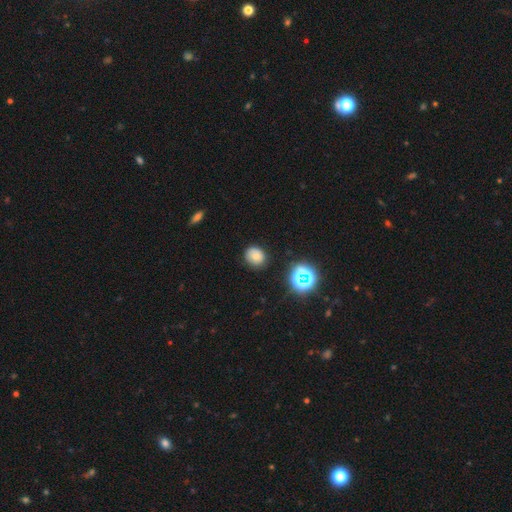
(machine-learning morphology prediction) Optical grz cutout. It shows a smooth galaxy with no disk features (72%) that is round (67%). Merging: none (81%).